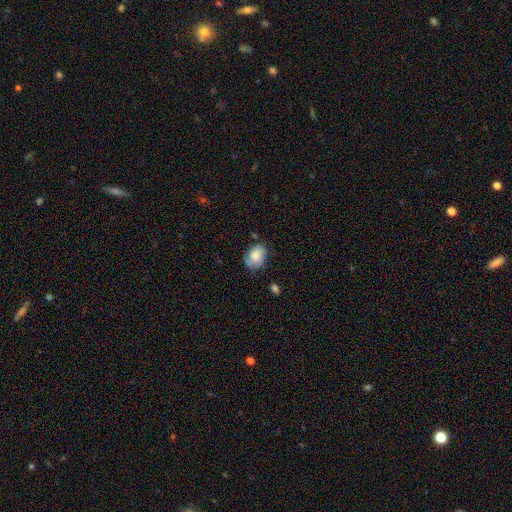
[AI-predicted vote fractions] The model was most divided on "how rounded": in between: 67%, round: 32%, cigar-shaped: 1%. More confident: smooth or featured — smooth (67%); merging — none (63%).